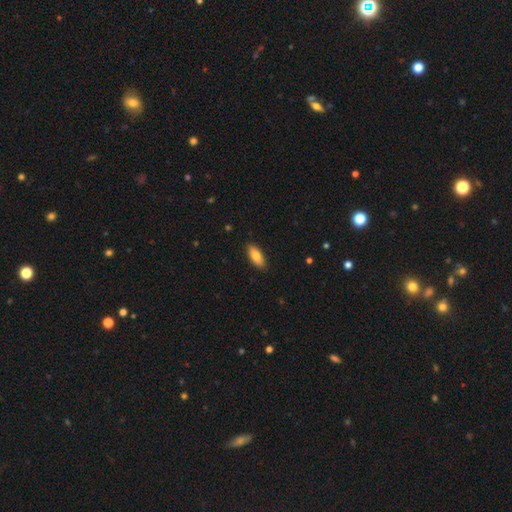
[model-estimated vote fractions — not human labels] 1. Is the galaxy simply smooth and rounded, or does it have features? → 80% smooth, 14% featured or disk, 6% star or artifact.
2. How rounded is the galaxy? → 84% in between, 14% cigar-shaped, 2% round.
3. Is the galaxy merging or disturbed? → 88% none, 9% minor disturbance, 2% major disturbance, 1% merger.